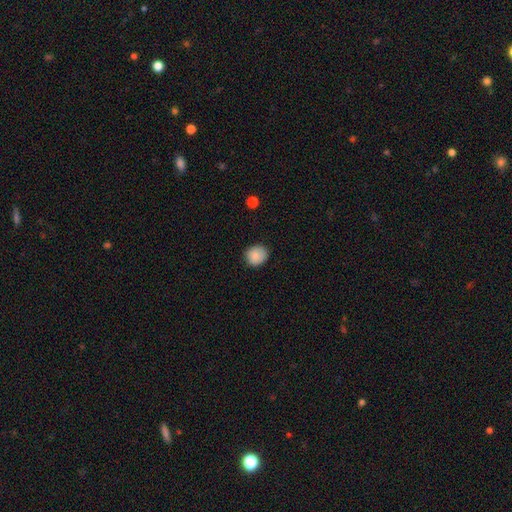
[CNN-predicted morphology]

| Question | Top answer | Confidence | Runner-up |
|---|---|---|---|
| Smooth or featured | smooth | 86% | star or artifact (8%) |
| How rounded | round | 75% | in between (24%) |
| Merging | none | 81% | minor disturbance (15%) |